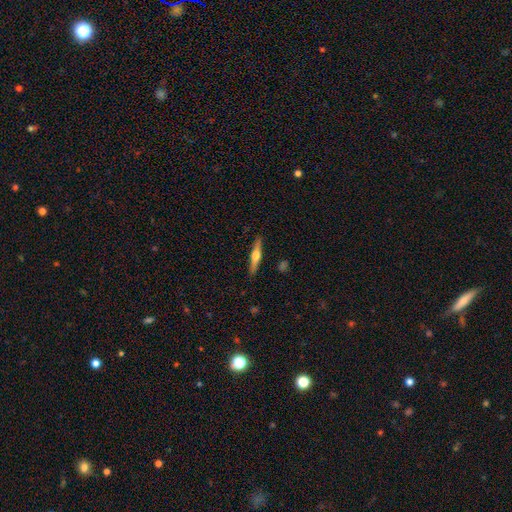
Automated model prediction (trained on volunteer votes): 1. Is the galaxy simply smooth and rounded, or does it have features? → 62% featured or disk, 32% smooth, 6% star or artifact.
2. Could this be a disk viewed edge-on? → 97% yes, 3% no.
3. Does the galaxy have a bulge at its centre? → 94% rounded, 3% boxy, 3% none.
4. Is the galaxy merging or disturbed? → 90% none, 7% minor disturbance, 2% major disturbance, 1% merger.